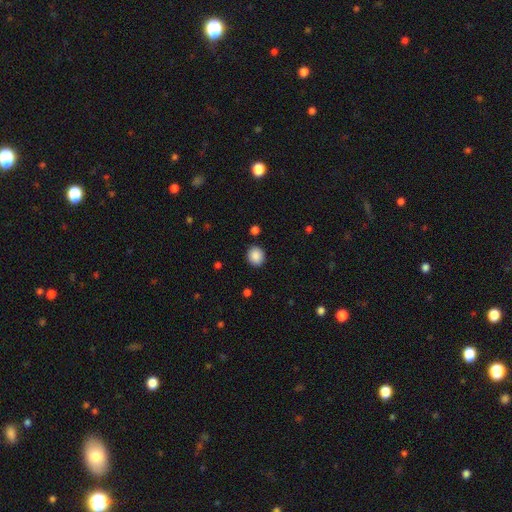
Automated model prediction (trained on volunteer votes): A smooth galaxy with no disk features (88%) that is round (76%).

Vote fractions:
- Smooth or featured? smooth: 88% / star or artifact: 8% / featured or disk: 3%
- How rounded? round: 76% / in between: 23% / cigar-shaped: 1%
- Merging? none: 89% / minor disturbance: 7% / major disturbance: 2% / merger: 2%